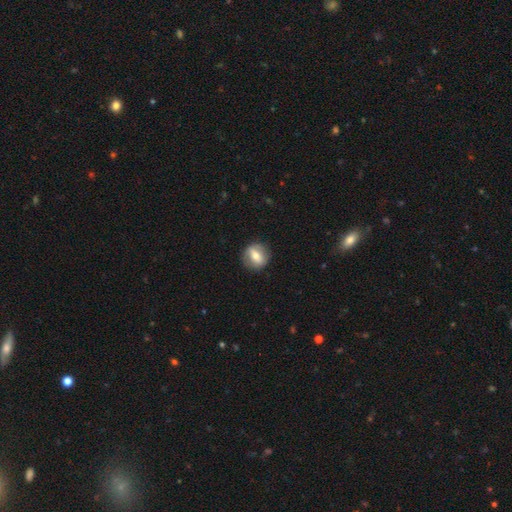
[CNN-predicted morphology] A smooth galaxy with no disk features (50%) that is round (77%). Merging: none (86%).